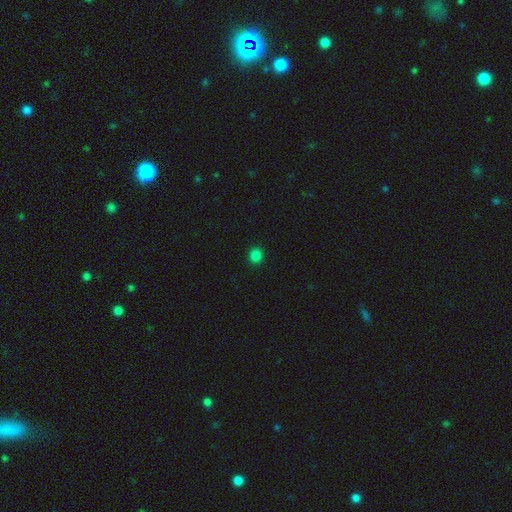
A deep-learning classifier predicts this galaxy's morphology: Smooth or featured?
  - smooth: 83% *
  - star or artifact: 14%
  - featured or disk: 3%
How rounded?
  - round: 89% *
  - in between: 10%
  - cigar-shaped: 1%
Merging?
  - none: 93% *
  - minor disturbance: 5%
  - major disturbance: 2%
  - merger: 1%